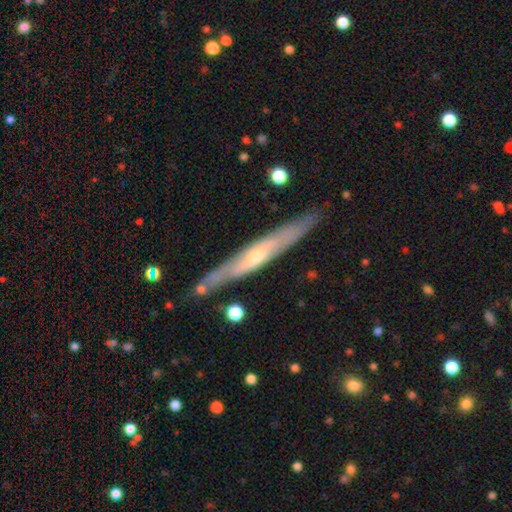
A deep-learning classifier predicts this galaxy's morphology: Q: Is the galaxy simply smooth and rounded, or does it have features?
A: featured or disk — 70%.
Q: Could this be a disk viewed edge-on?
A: yes — 85%.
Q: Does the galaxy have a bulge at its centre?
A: rounded — 69%.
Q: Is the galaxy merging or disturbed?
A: none — 84%.